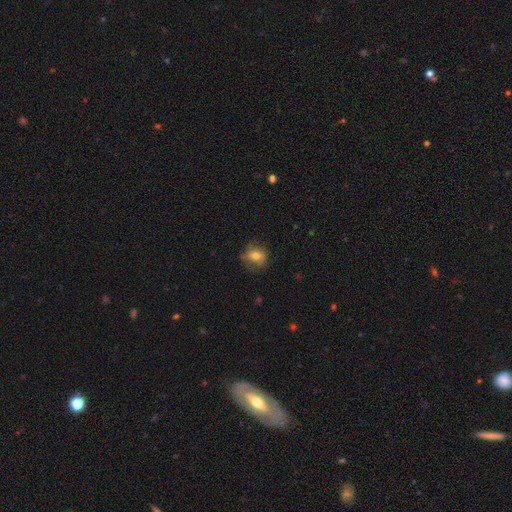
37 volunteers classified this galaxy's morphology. smooth 73%, featured or disk 24%, star or artifact 3%. Down the decision tree: how rounded — round (81%); merging — none (61%).